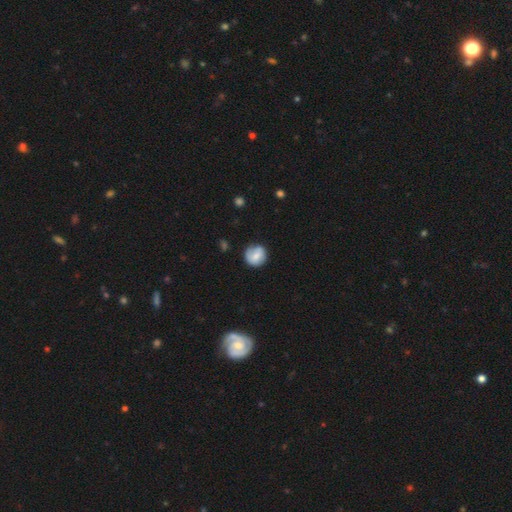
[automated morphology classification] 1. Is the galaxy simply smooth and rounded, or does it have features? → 63% smooth, 29% featured or disk, 7% star or artifact.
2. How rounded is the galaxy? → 88% round, 11% in between, 1% cigar-shaped.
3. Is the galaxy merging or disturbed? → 72% none, 20% minor disturbance, 6% major disturbance, 2% merger.